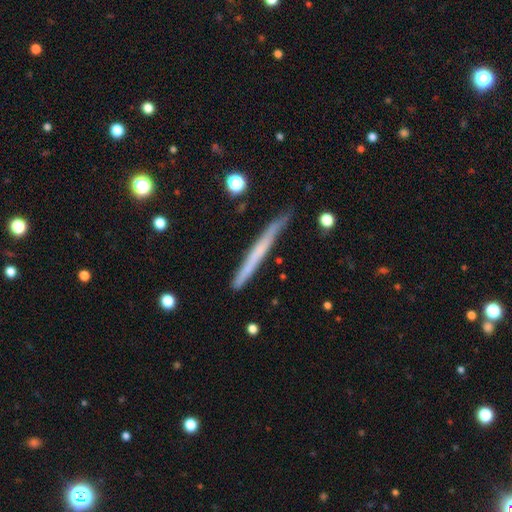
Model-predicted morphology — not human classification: smooth-or-featured: featured or disk: 47% | smooth: 46% | star or artifact: 7%
  merging: none: 84% | minor disturbance: 12% | major disturbance: 2% | merger: 2%